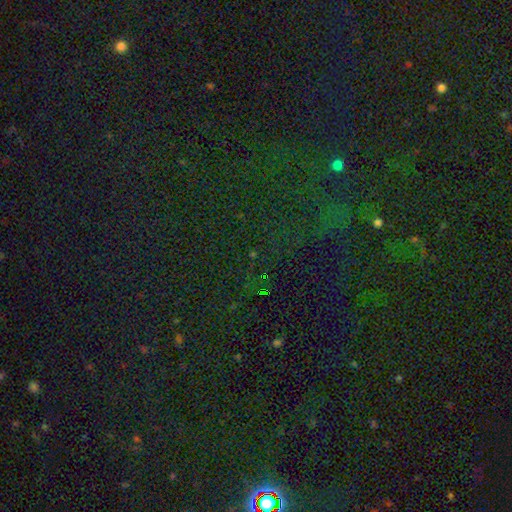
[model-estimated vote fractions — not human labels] Smooth or featured? Predicted: star or artifact (p=0.82).